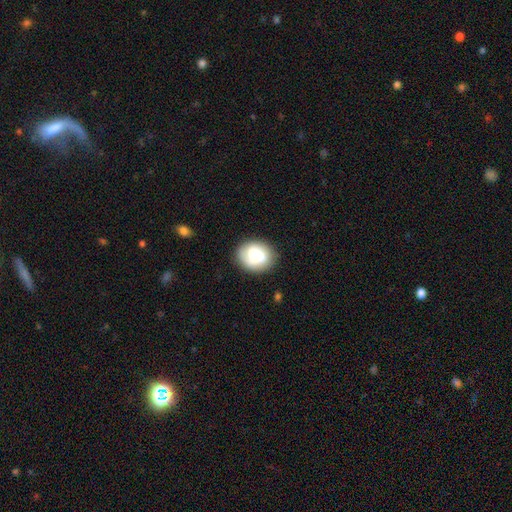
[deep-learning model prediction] smooth-or-featured: smooth: 60% | featured or disk: 32% | star or artifact: 8%
  how-rounded: round: 57% | in between: 42% | cigar-shaped: 1%
  merging: none: 80% | minor disturbance: 14% | major disturbance: 5% | merger: 2%